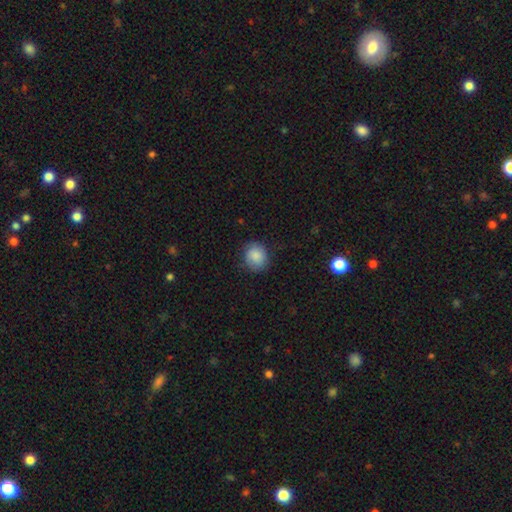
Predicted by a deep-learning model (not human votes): Overall: smooth (86%). How rounded: round (78%). Merging: none (80%).